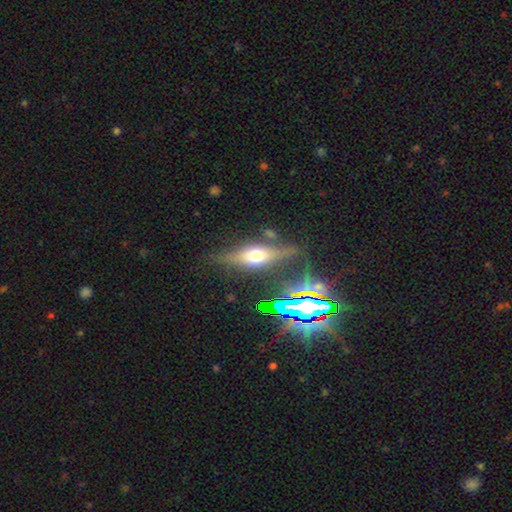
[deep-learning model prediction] Smooth or featured? featured or disk (49%)
Merging? none (72%)